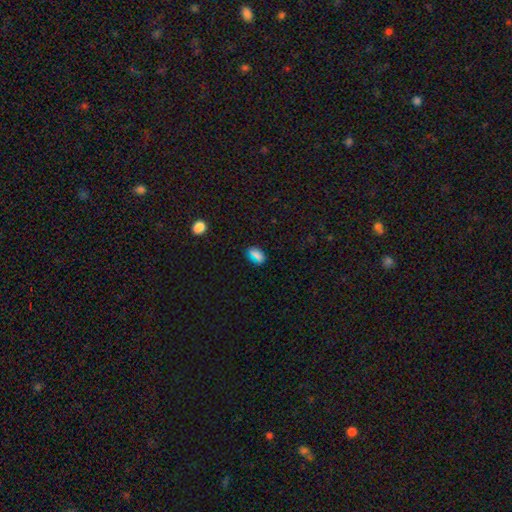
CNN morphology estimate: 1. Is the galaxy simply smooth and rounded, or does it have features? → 72% smooth, 20% star or artifact, 8% featured or disk.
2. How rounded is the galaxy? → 76% in between, 18% round, 6% cigar-shaped.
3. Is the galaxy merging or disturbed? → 84% none, 12% minor disturbance, 3% major disturbance, 2% merger.